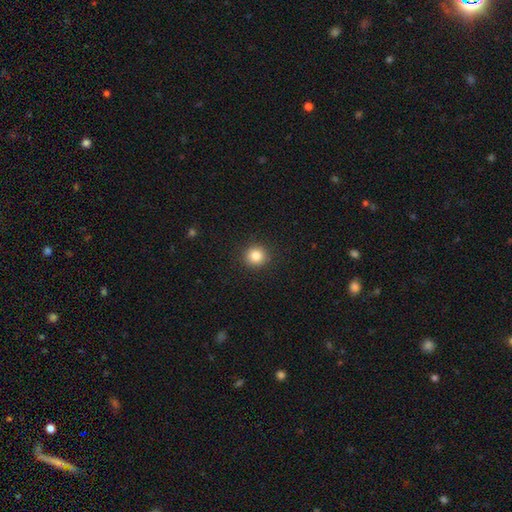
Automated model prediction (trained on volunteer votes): Overall: smooth (84%). How rounded: round (92%). Merging: none (92%).